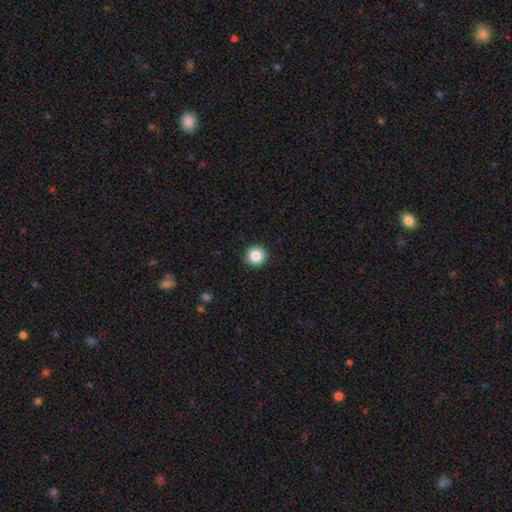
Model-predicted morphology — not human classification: This is clearly a smooth galaxy (86%). How rounded: clearly round (95%). Merging: clearly none (93%).